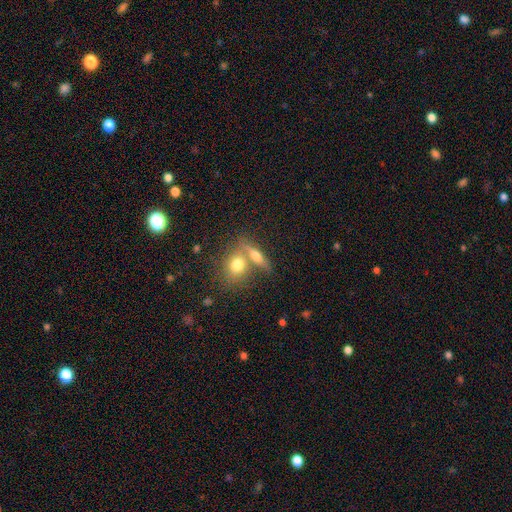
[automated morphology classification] The model was most divided on "merging": none: 45%, merger: 43%, minor disturbance: 9%, major disturbance: 4%. Remaining: smooth or featured — smooth (61%); how rounded — in between (49%).